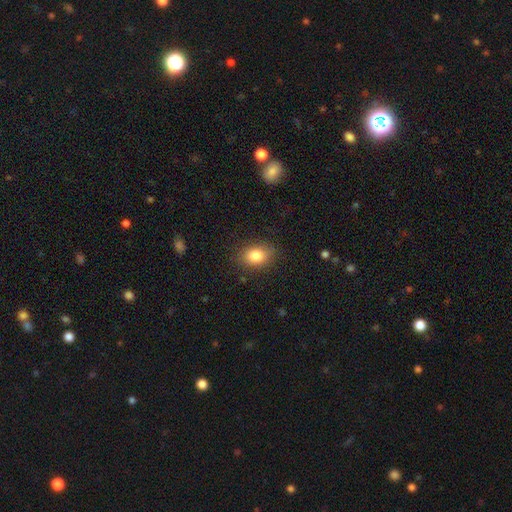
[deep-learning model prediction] Q: Smooth or featured?
A: smooth (83%); runner-up: star or artifact (9%)
Q: How rounded?
A: in between (77%); runner-up: round (22%)
Q: Merging?
A: none (85%); runner-up: minor disturbance (11%)